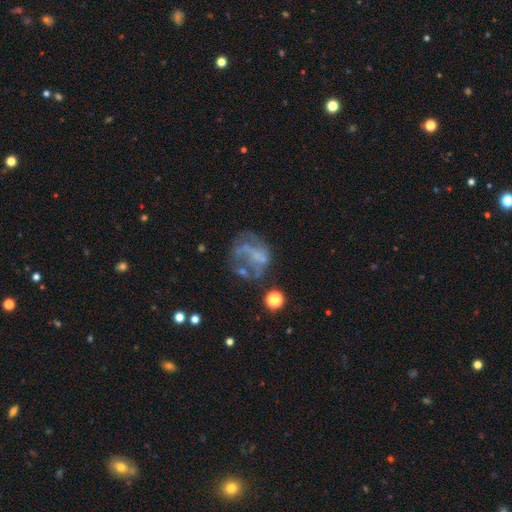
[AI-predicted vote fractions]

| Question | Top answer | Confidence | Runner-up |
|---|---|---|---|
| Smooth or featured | featured or disk | 57% | smooth (25%) |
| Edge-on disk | no | 98% | yes (2%) |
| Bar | no | 80% | weak (14%) |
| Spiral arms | no | 79% | yes (21%) |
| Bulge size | none | 73% | small (14%) |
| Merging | none | 39% | major disturbance (34%) |